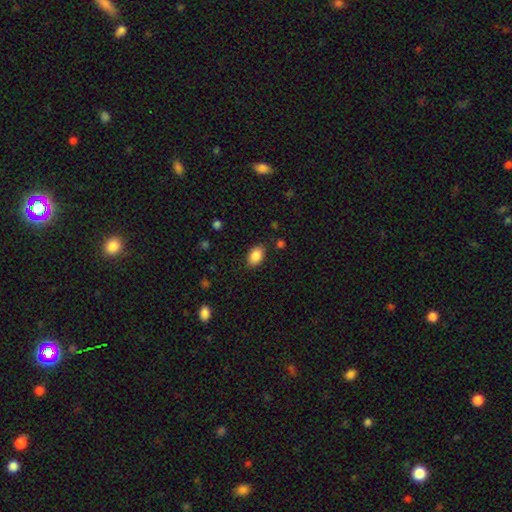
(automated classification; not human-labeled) A smooth galaxy with no disk features (87%) that is in between round and cigar-shaped (88%).

Vote fractions:
- Smooth or featured? smooth: 87% / star or artifact: 8% / featured or disk: 5%
- How rounded? in between: 88% / round: 11% / cigar-shaped: 1%
- Merging? none: 84% / minor disturbance: 11% / major disturbance: 3% / merger: 2%